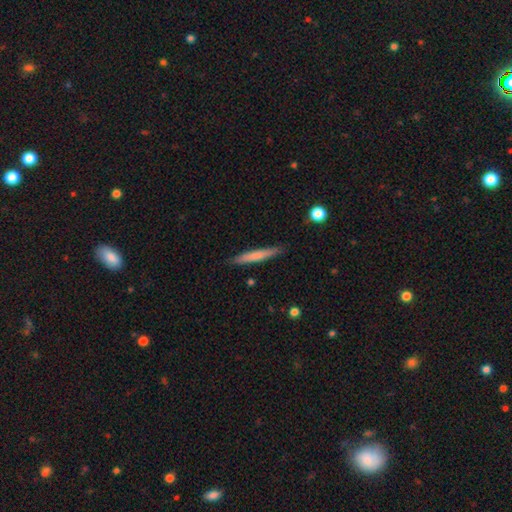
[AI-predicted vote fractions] A smooth galaxy with no disk features (69%) that is cigar-shaped (95%).

Vote fractions:
- Smooth or featured? smooth: 69% / featured or disk: 25% / star or artifact: 6%
- How rounded? cigar-shaped: 95% / in between: 4% / round: 1%
- Merging? none: 88% / minor disturbance: 9% / major disturbance: 2% / merger: 1%